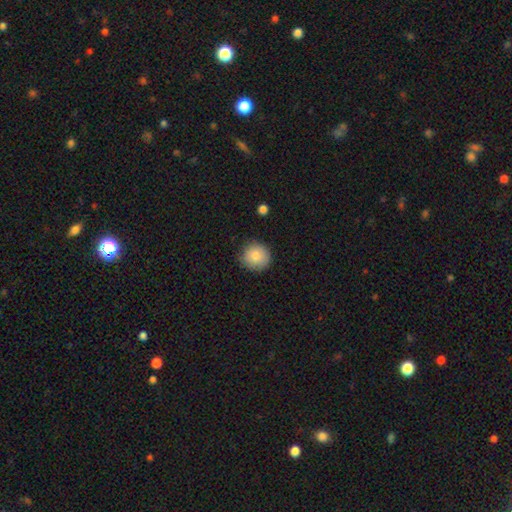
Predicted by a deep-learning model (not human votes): This is clearly a smooth galaxy (85%). How rounded: clearly round (92%). Merging: clearly none (85%).